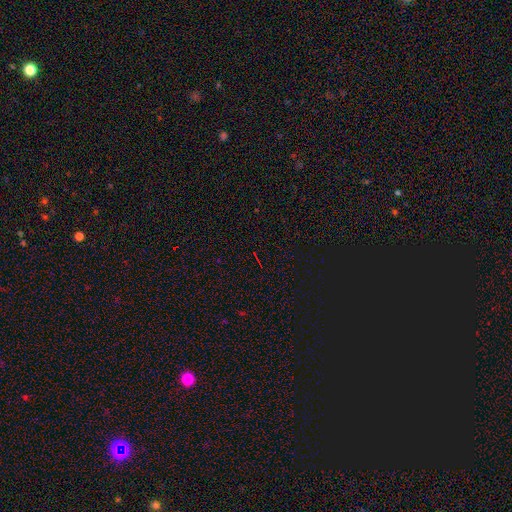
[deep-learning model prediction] This is likely a star or artifact rather than a galaxy (74%).